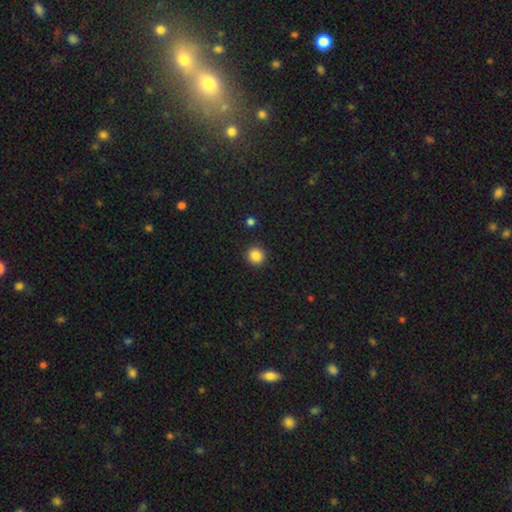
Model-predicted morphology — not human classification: smooth_or_featured: smooth (p=0.86) [alt: star or artifact p=0.10]
how_rounded: round (p=0.92) [alt: in between p=0.07]
merging: none (p=0.92) [alt: minor disturbance p=0.05]